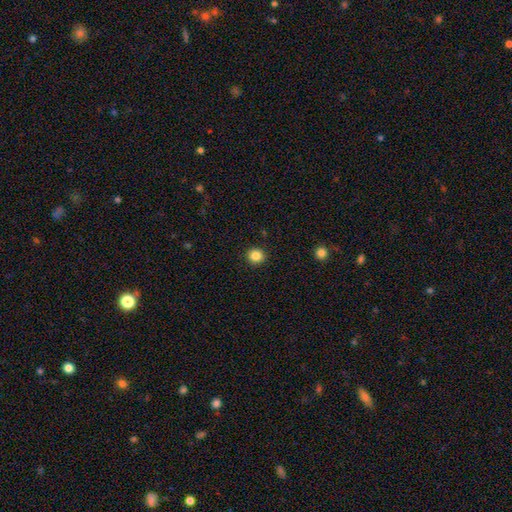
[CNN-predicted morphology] Smooth or featured? smooth (85%)
How rounded? round (89%)
Merging? none (92%)